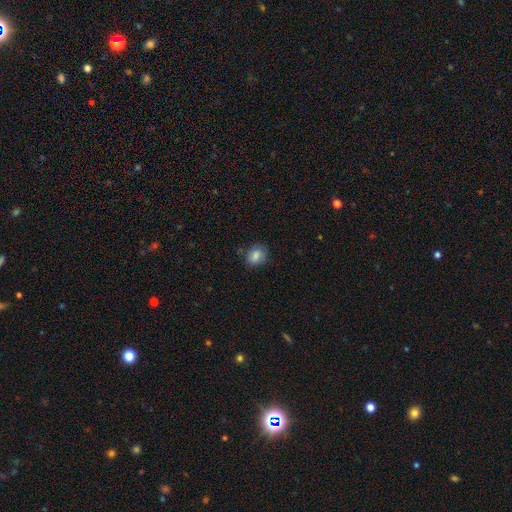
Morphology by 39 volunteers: smooth_or_featured: smooth (p=0.79) [alt: featured or disk p=0.10]
how_rounded: round (p=0.52) [alt: in between p=0.45]
merging: none (p=0.74) [alt: minor disturbance p=0.26]